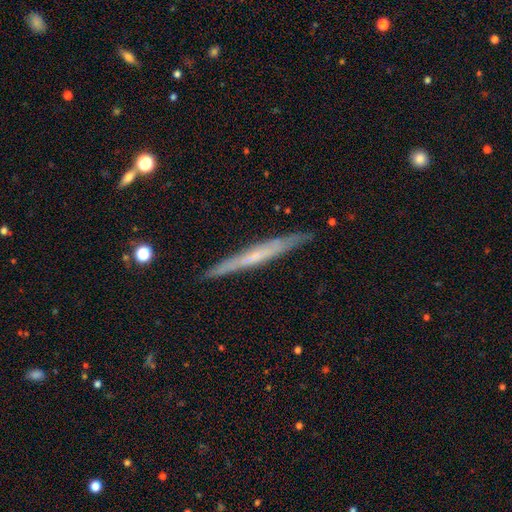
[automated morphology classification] Smooth or featured? Predicted: featured or disk (p=0.57). Edge-on disk? Predicted: yes (p=0.95). Edge-on bulge? Predicted: none (p=0.73). Merging? Predicted: none (p=0.89).